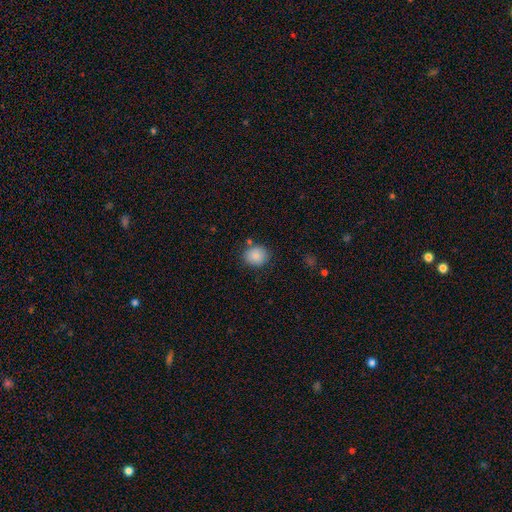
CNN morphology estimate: smooth-or-featured: smooth: 85% | star or artifact: 9% | featured or disk: 6%
  how-rounded: round: 72% | in between: 27% | cigar-shaped: 1%
  merging: none: 80% | minor disturbance: 12% | merger: 5% | major disturbance: 3%